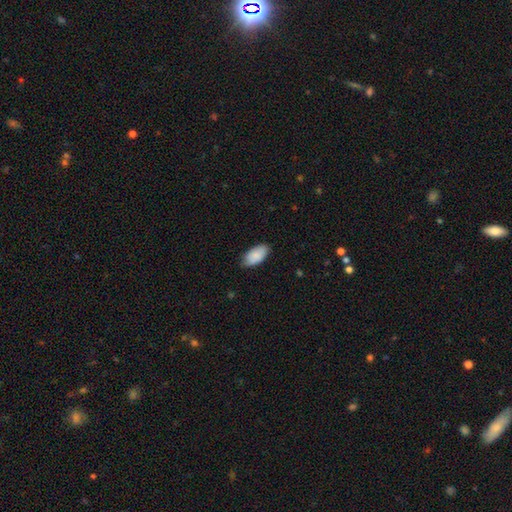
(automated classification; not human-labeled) The model was most divided on "merging": none: 80%, minor disturbance: 17%, major disturbance: 2%, merger: 1%. More confident: how rounded — in between (95%); smooth or featured — smooth (86%).